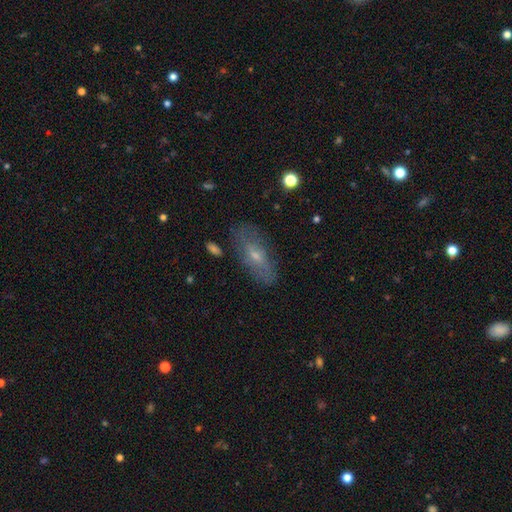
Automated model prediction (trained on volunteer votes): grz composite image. It shows a smooth galaxy with no disk features (48%). Merging: none (75%).